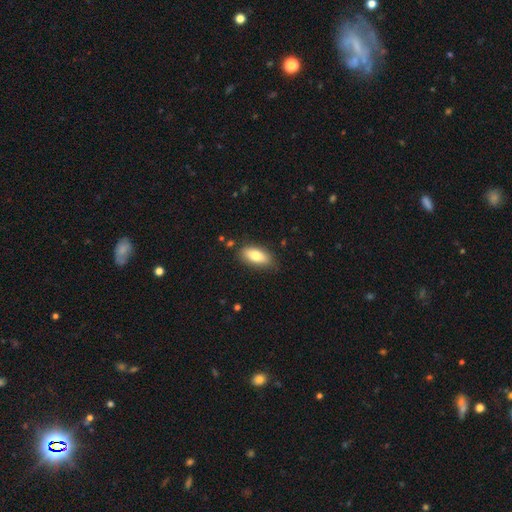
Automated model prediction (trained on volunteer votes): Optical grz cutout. It shows a smooth galaxy with no disk features (79%) that is in between round and cigar-shaped (84%). Merging: none (82%).